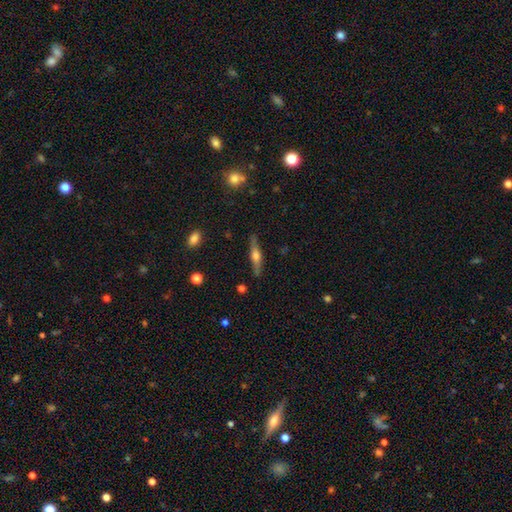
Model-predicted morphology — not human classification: This appears to be a featured or disk galaxy (60%) viewed edge-on (95%) with a rounded central bulge (82%). Merging: none (85%).